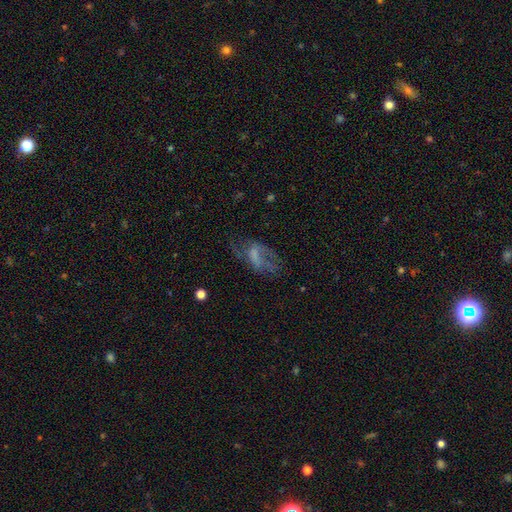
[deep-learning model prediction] Q: Smooth or featured?
A: featured or disk (51%); runner-up: smooth (35%)
Q: Edge-on disk?
A: no (94%); runner-up: yes (6%)
Q: Merging?
A: major disturbance (38%); runner-up: none (37%)